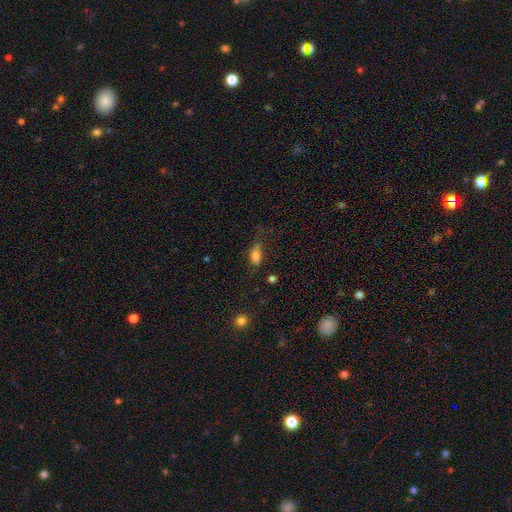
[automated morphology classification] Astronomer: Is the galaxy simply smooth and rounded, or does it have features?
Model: smooth — 77%.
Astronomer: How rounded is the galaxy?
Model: in between — 82%.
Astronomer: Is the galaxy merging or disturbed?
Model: none — 50% (runner-up: minor disturbance, 30%).